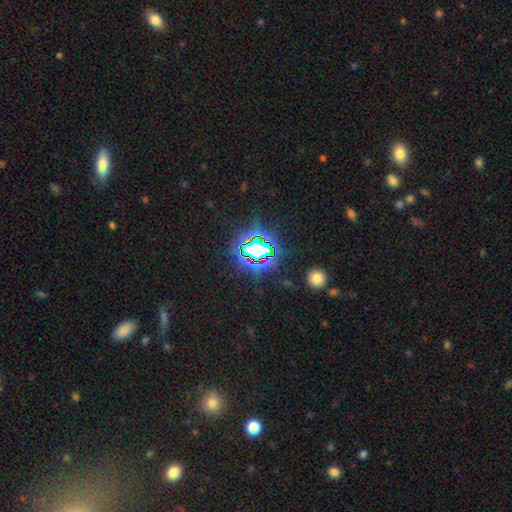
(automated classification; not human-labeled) star or artifact 80%, smooth 13%, featured or disk 8%.